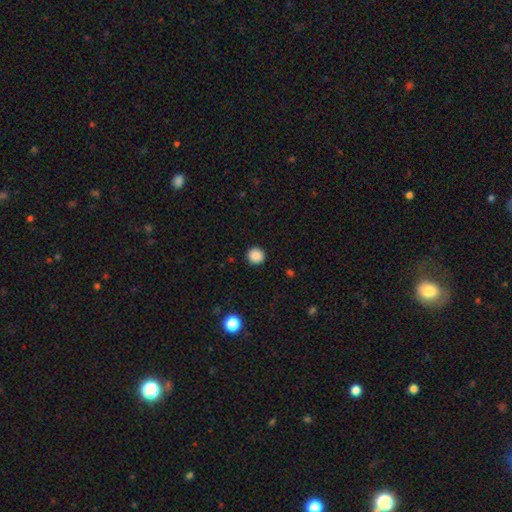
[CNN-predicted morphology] Smooth or featured? smooth (88%)
How rounded? round (93%)
Merging? none (92%)